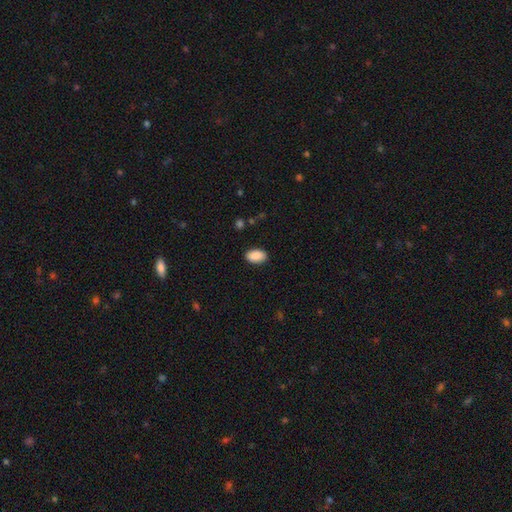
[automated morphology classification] The model was most divided on "merging": none: 88%, minor disturbance: 9%, major disturbance: 2%, merger: 1%. More confident: how rounded — in between (93%); smooth or featured — smooth (90%).